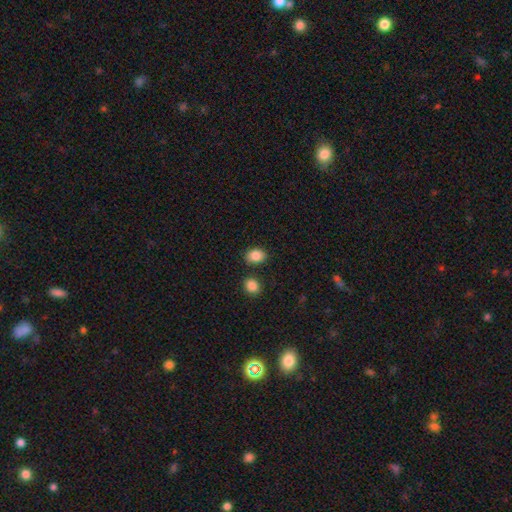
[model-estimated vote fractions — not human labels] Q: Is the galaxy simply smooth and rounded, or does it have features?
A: smooth — 87%.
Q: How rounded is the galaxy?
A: in between — 63%.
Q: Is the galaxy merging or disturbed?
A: none — 78%.